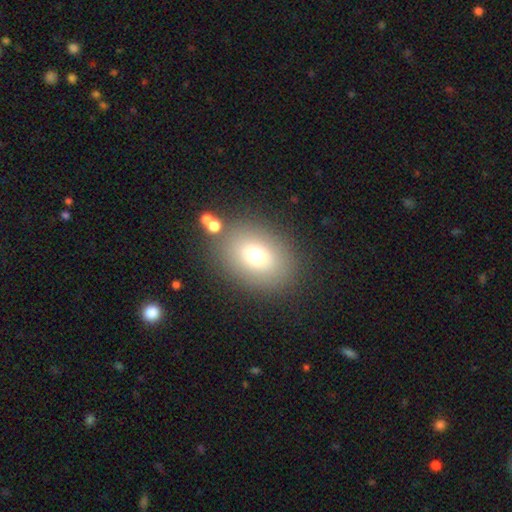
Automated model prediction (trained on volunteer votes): smooth_or_featured: smooth (p=0.73) [alt: featured or disk p=0.14]
how_rounded: in between (p=0.62) [alt: round p=0.37]
merging: none (p=0.81) [alt: minor disturbance p=0.10]